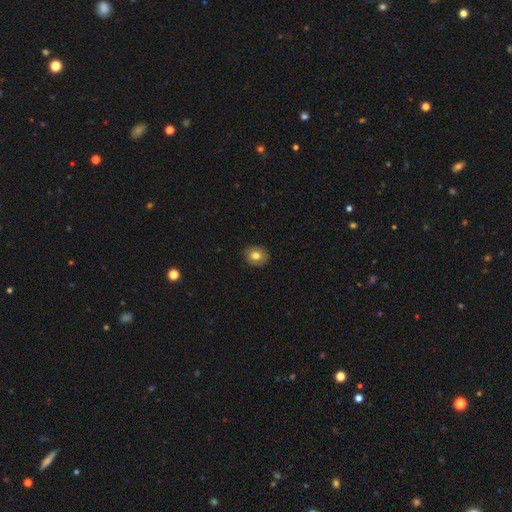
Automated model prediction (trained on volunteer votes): Smooth or featured: smooth — 76% (featured or disk — 15%)
How rounded: round — 72% (in between — 27%)
Merging: none — 89% (minor disturbance — 9%)